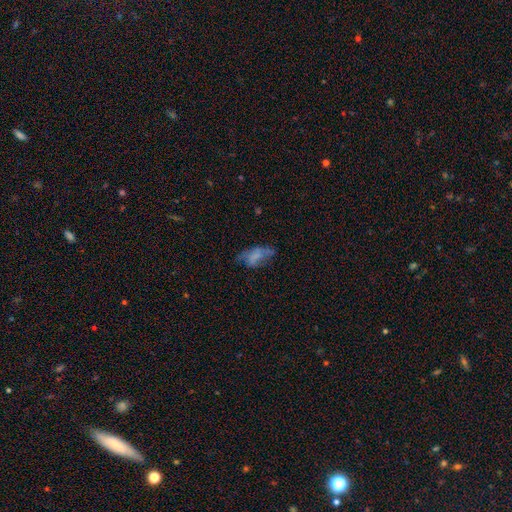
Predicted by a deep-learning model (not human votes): Smooth or featured: smooth — 52% (featured or disk — 36%)
How rounded: in between — 87% (cigar-shaped — 9%)
Merging: none — 42% (minor disturbance — 29%)